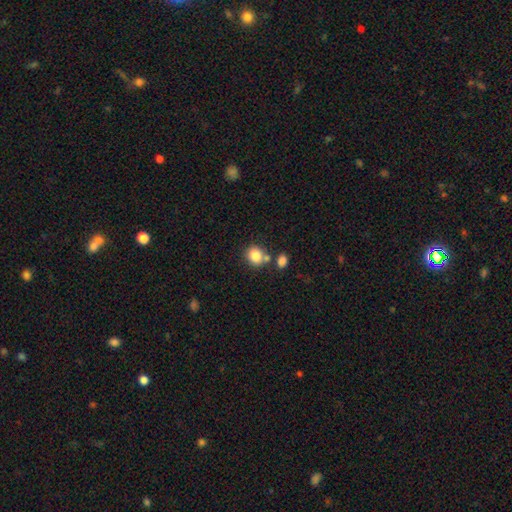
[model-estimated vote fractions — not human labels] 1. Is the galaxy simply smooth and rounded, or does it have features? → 84% smooth, 10% star or artifact, 7% featured or disk.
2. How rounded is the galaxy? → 71% round, 28% in between, 1% cigar-shaped.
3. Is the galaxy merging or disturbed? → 62% none, 24% merger, 11% minor disturbance, 4% major disturbance.